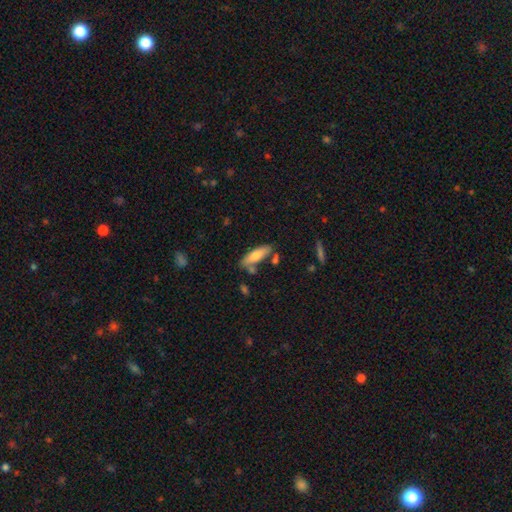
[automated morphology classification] Smooth or featured: smooth — 70% (featured or disk — 23%)
How rounded: cigar-shaped — 57% (in between — 42%)
Merging: none — 70% (minor disturbance — 16%)